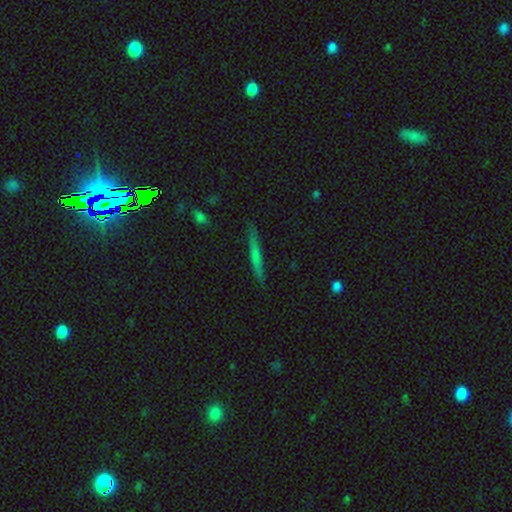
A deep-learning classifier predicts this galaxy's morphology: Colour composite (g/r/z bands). It shows a smooth galaxy with no disk features (55%) that is cigar-shaped (93%). Merging: none (86%).